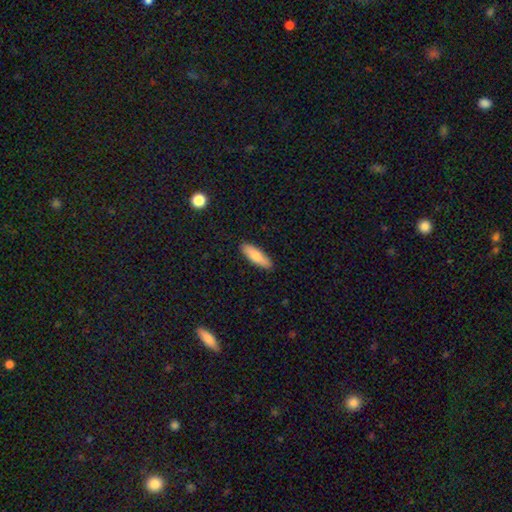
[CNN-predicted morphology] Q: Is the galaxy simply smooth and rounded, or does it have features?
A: smooth — 78%.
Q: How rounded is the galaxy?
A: cigar-shaped — 50%.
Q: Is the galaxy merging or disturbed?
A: none — 89%.